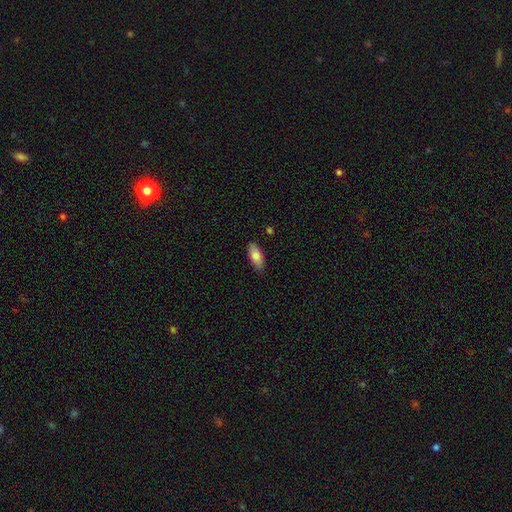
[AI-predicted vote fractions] smooth_or_featured: smooth (p=0.81) [alt: featured or disk p=0.13]
how_rounded: in between (p=0.85) [alt: cigar-shaped p=0.13]
merging: none (p=0.84) [alt: minor disturbance p=0.12]